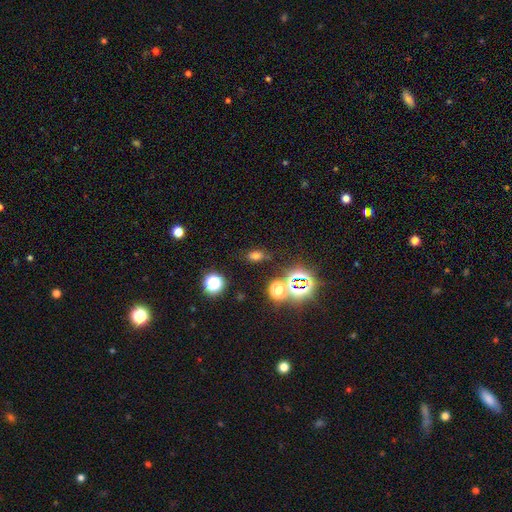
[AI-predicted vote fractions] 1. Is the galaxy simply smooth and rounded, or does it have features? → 62% smooth, 30% star or artifact, 8% featured or disk.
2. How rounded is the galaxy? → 73% in between, 24% round, 4% cigar-shaped.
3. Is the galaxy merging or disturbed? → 76% none, 13% minor disturbance, 6% merger, 5% major disturbance.